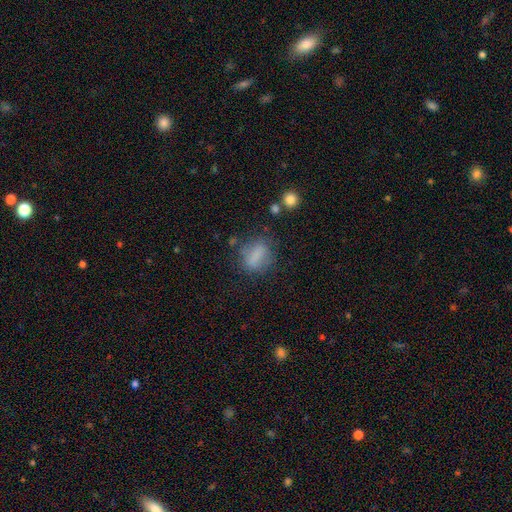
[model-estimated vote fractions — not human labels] This appears to be a smooth galaxy with no disk features (73%) that is in between round and cigar-shaped (61%). Merging: none (65%).